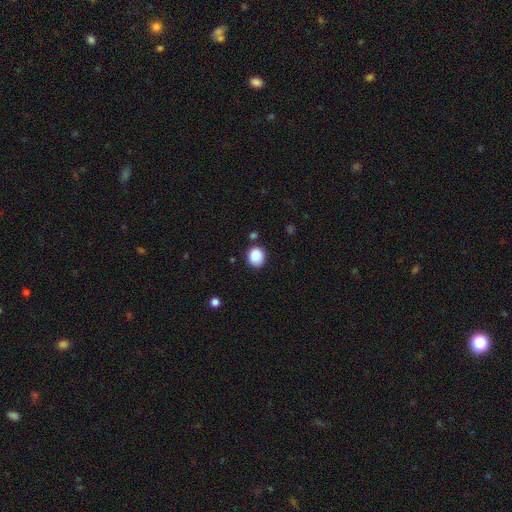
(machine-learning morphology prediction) Overall: smooth (88%). How rounded: round (71%). Merging: none (80%).